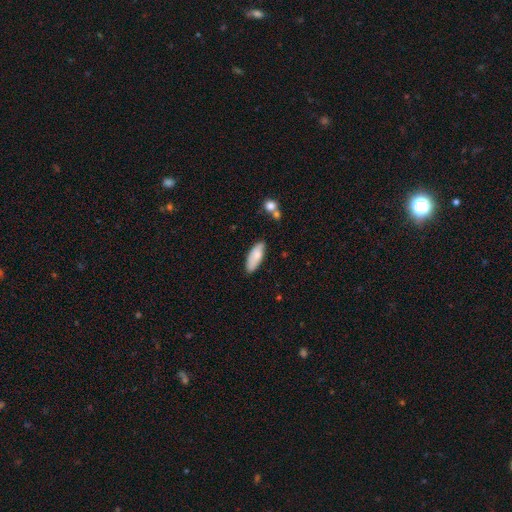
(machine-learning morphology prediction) smooth_or_featured: smooth (p=0.78) [alt: featured or disk p=0.16]
how_rounded: in between (p=0.72) [alt: cigar-shaped p=0.26]
merging: none (p=0.76) [alt: minor disturbance p=0.18]